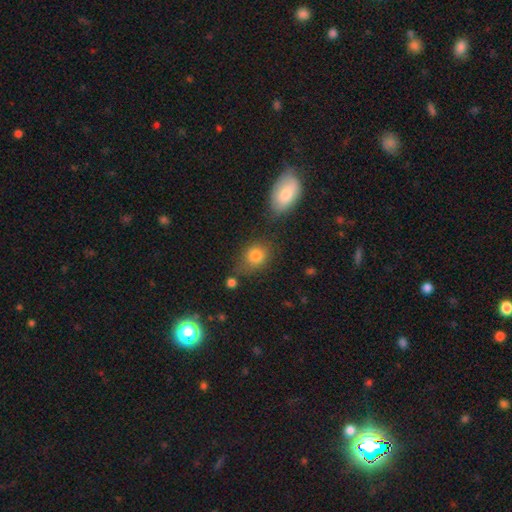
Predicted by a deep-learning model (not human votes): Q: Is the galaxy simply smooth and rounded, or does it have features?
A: smooth — 82%.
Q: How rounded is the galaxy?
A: round — 50%.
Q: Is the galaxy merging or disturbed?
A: none — 61%.